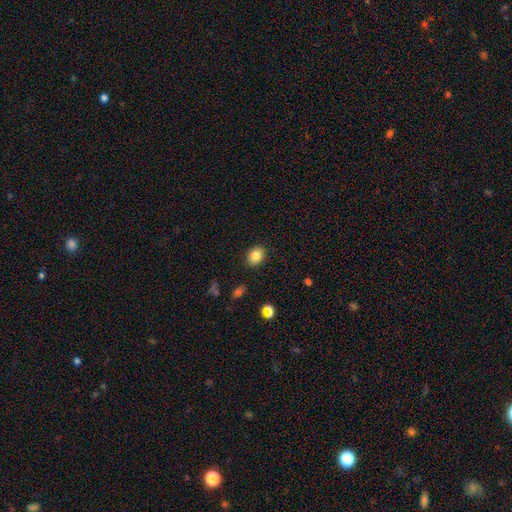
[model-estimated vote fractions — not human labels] A smooth galaxy with no disk features (85%) that is in between round and cigar-shaped (60%).

Vote fractions:
- Smooth or featured? smooth: 85% / star or artifact: 9% / featured or disk: 6%
- How rounded? in between: 60% / round: 39% / cigar-shaped: 1%
- Merging? none: 88% / minor disturbance: 8% / major disturbance: 2% / merger: 1%